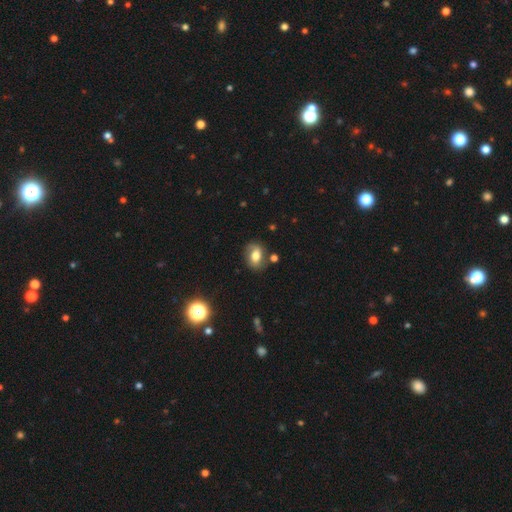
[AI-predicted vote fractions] The model was most divided on "how rounded": in between: 65%, round: 33%, cigar-shaped: 2%. More confident: merging — none (74%); smooth or featured — smooth (62%).